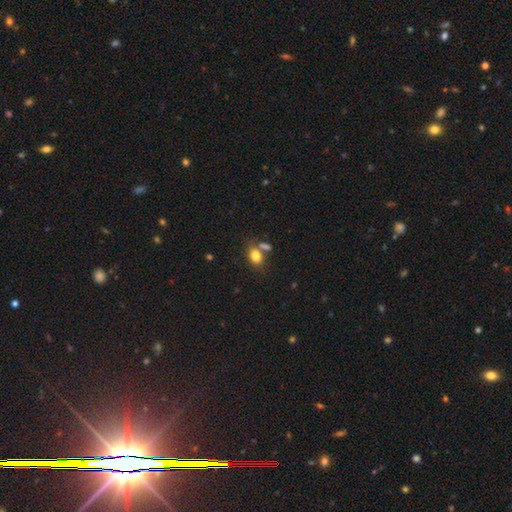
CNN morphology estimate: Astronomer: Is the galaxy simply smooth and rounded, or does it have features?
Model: smooth — 80%.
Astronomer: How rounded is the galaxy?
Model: in between — 74%.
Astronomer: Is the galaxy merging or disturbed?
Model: none — 54%.